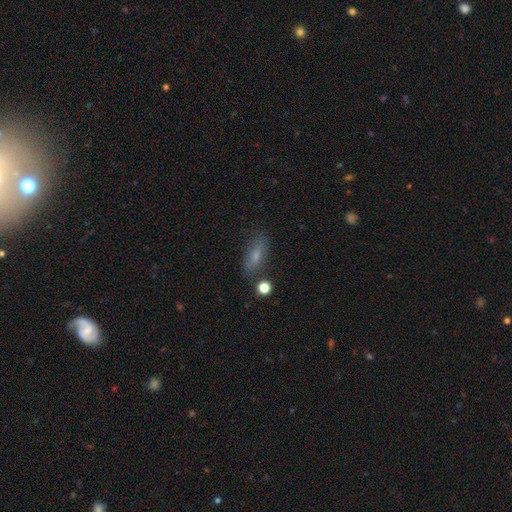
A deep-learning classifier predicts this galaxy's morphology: smooth_or_featured: smooth (p=0.66) [alt: featured or disk p=0.22]
how_rounded: in between (p=0.65) [alt: cigar-shaped p=0.30]
merging: none (p=0.72) [alt: minor disturbance p=0.18]